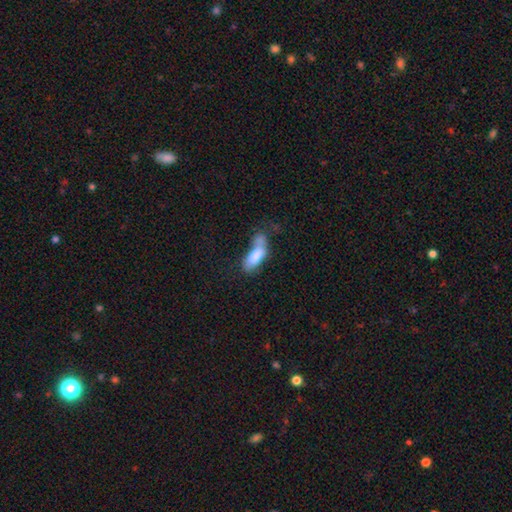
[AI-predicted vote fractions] A smooth galaxy with no disk features (76%) that is in between round and cigar-shaped (65%). Merging: none (29%).